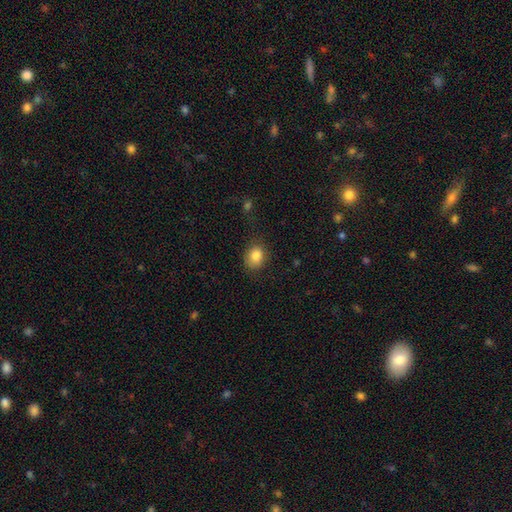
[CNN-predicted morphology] Smooth or featured? smooth (83%)
How rounded? round (57%)
Merging? none (75%)